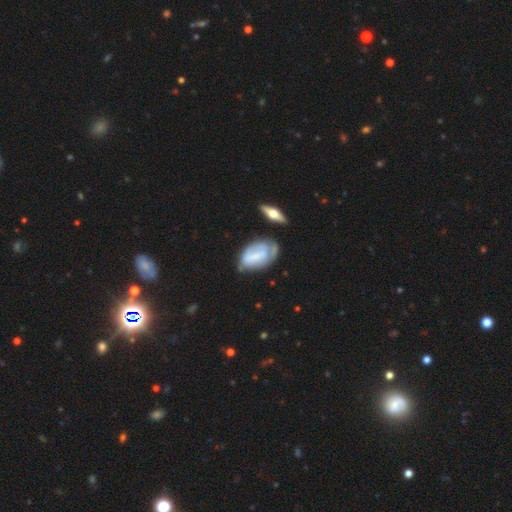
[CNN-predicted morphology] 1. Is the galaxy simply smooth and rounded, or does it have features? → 47% featured or disk, 45% smooth, 7% star or artifact.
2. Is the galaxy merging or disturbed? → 40% none, 34% minor disturbance, 18% major disturbance, 8% merger.